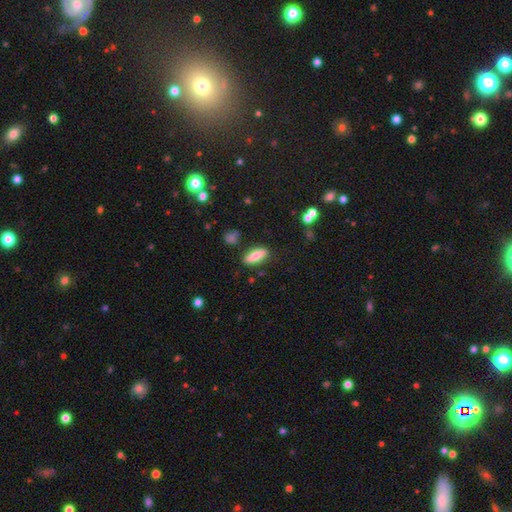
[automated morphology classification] Smooth or featured?
  - smooth: 73% *
  - featured or disk: 19%
  - star or artifact: 7%
How rounded?
  - in between: 54% *
  - cigar-shaped: 43%
  - round: 3%
Merging?
  - none: 82% *
  - minor disturbance: 12%
  - merger: 3%
  - major disturbance: 3%